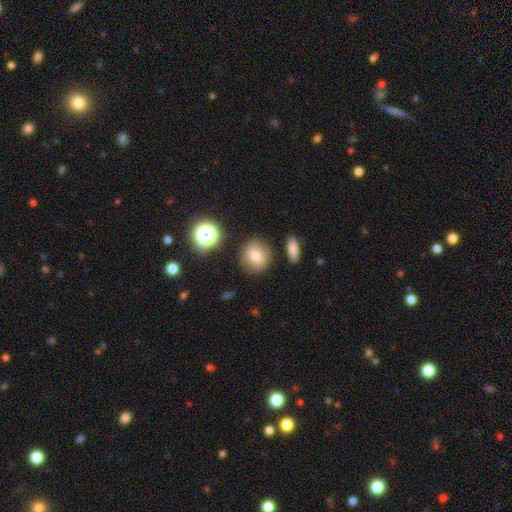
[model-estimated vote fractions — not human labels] Smooth or featured? Predicted: smooth (p=0.73). How rounded? Predicted: round (p=0.87). Merging? Predicted: none (p=0.84).